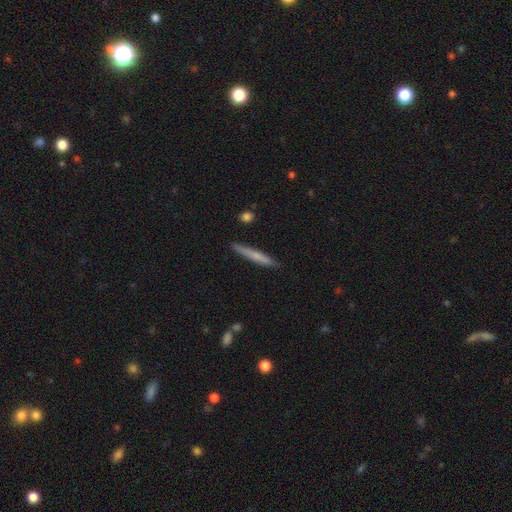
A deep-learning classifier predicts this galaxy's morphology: A smooth galaxy with no disk features (66%) that is cigar-shaped (96%). Merging: none (89%).